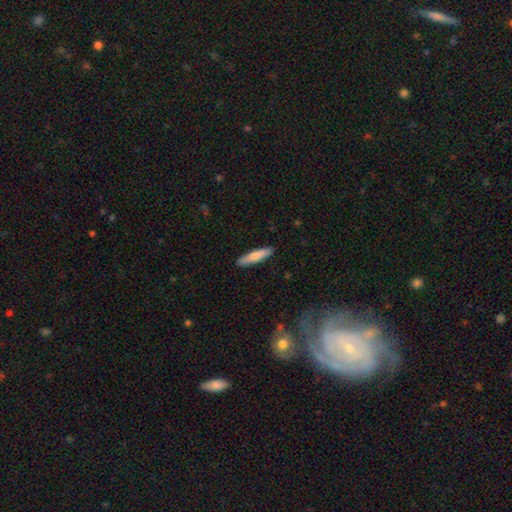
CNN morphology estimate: smooth 77%, featured or disk 17%, star or artifact 5%. Down the decision tree: how rounded — cigar-shaped (84%); merging — none (90%).